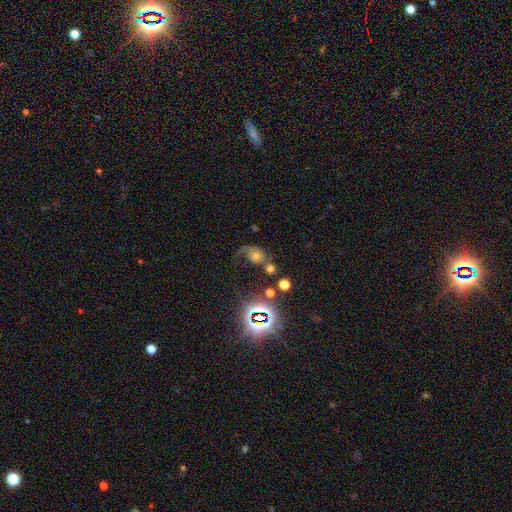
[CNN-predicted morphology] Smooth or featured: featured or disk — 46% (star or artifact — 29%)
Merging: none — 39% (major disturbance — 30%)